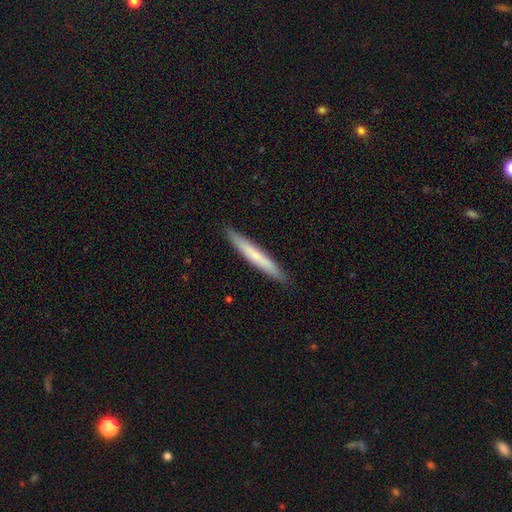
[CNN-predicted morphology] Q: Smooth or featured?
A: smooth (65%); runner-up: featured or disk (30%)
Q: How rounded?
A: cigar-shaped (96%); runner-up: in between (3%)
Q: Merging?
A: none (92%); runner-up: minor disturbance (6%)